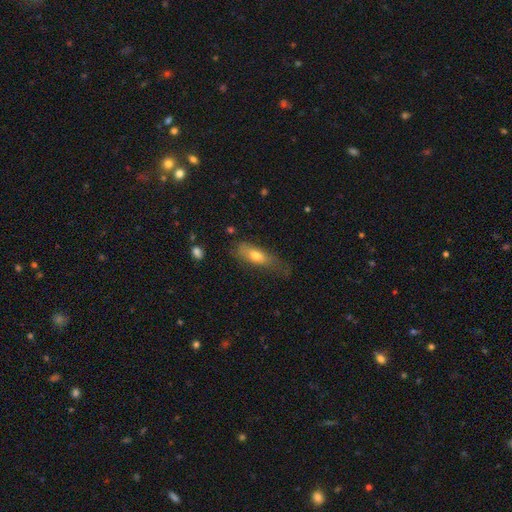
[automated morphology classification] smooth-or-featured: smooth: 68% | featured or disk: 25% | star or artifact: 7%
  how-rounded: in between: 64% | cigar-shaped: 33% | round: 3%
  merging: none: 49% | minor disturbance: 32% | major disturbance: 17% | merger: 3%